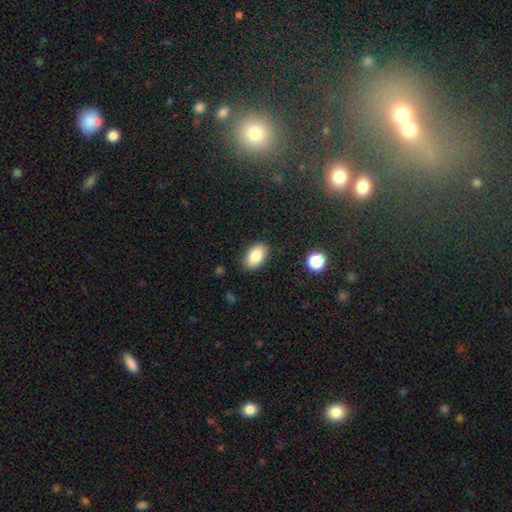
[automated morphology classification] Smooth or featured?
  - smooth: 83% *
  - featured or disk: 9%
  - star or artifact: 8%
How rounded?
  - in between: 91% *
  - round: 7%
  - cigar-shaped: 2%
Merging?
  - none: 87% *
  - minor disturbance: 10%
  - major disturbance: 2%
  - merger: 1%